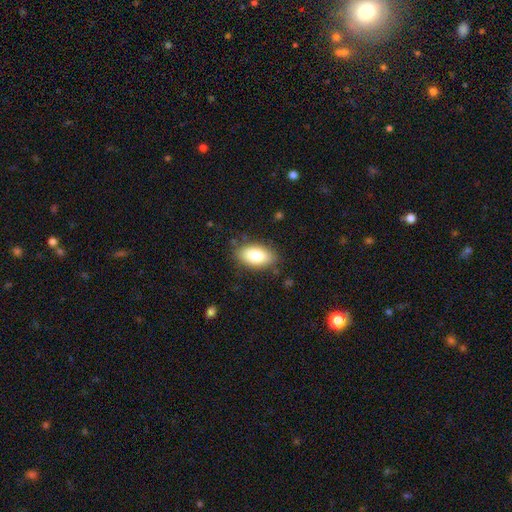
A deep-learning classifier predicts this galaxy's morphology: smooth-or-featured: smooth: 81% | featured or disk: 12% | star or artifact: 7%
  how-rounded: in between: 92% | round: 4% | cigar-shaped: 3%
  merging: none: 83% | minor disturbance: 12% | major disturbance: 3% | merger: 1%